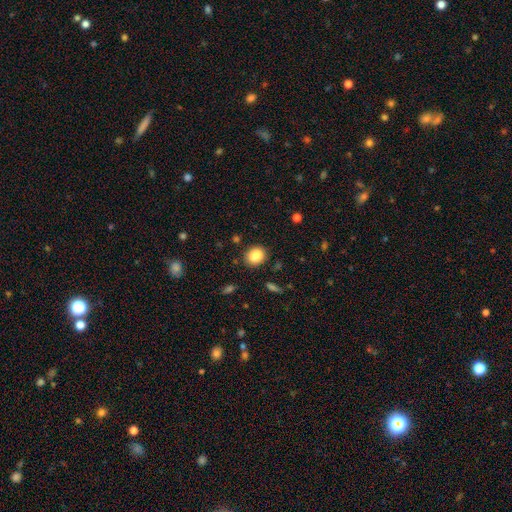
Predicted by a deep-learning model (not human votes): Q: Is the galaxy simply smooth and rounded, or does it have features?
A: smooth — 86%.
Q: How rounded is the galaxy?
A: round — 61%.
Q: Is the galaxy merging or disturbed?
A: none — 86%.